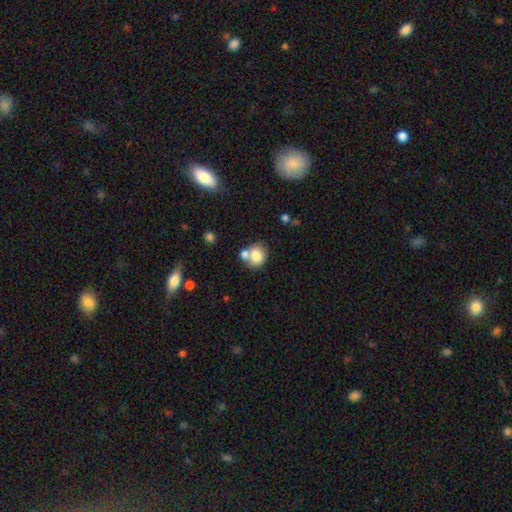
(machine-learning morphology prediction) type=smooth (79%); roundness=round (68%); merging=none (51%).